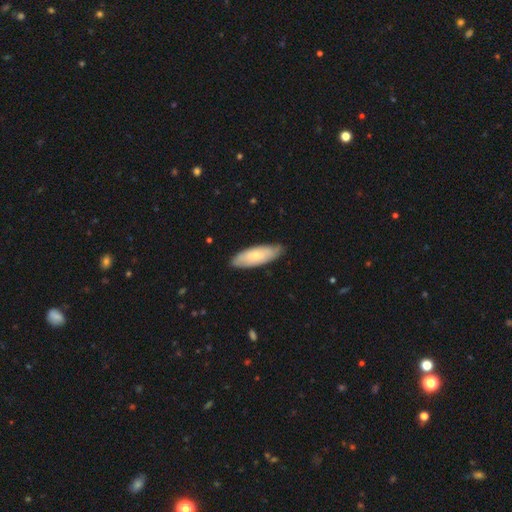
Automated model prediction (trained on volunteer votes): smooth-or-featured: smooth: 63% | featured or disk: 32% | star or artifact: 5%
  how-rounded: in between: 69% | cigar-shaped: 30% | round: 2%
  merging: none: 80% | minor disturbance: 16% | major disturbance: 2% | merger: 1%